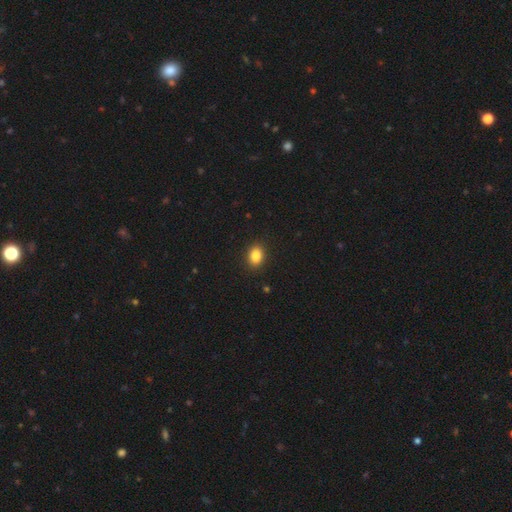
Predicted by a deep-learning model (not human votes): smooth 86%, star or artifact 9%, featured or disk 5%. Down the decision tree: how rounded — in between (71%); merging — none (90%).